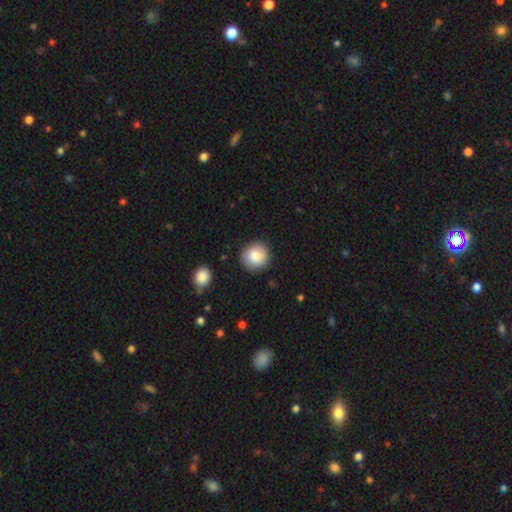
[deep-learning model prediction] This is clearly a smooth galaxy (82%). How rounded: clearly round (92%). Merging: clearly none (86%).